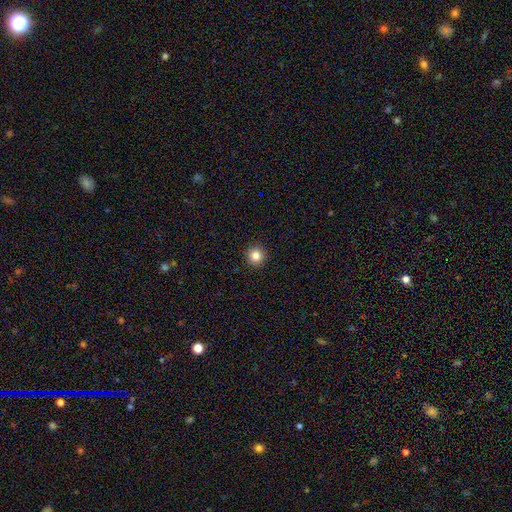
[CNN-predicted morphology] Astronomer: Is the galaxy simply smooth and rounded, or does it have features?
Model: smooth — 84%.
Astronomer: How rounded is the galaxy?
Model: round — 95%.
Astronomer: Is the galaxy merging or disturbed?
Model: none — 93%.